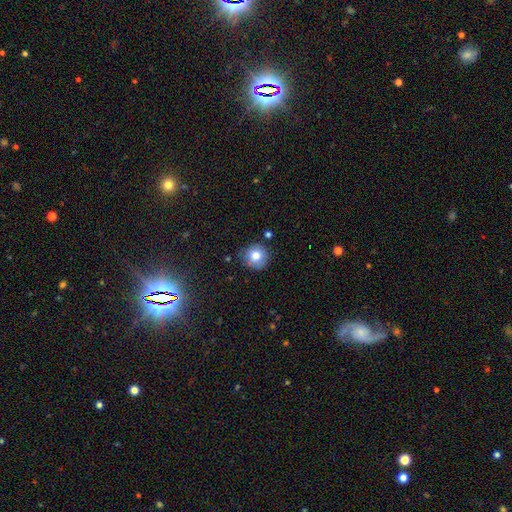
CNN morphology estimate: smooth 78%, featured or disk 12%, star or artifact 10%. Down the decision tree: how rounded — round (91%); merging — none (79%).